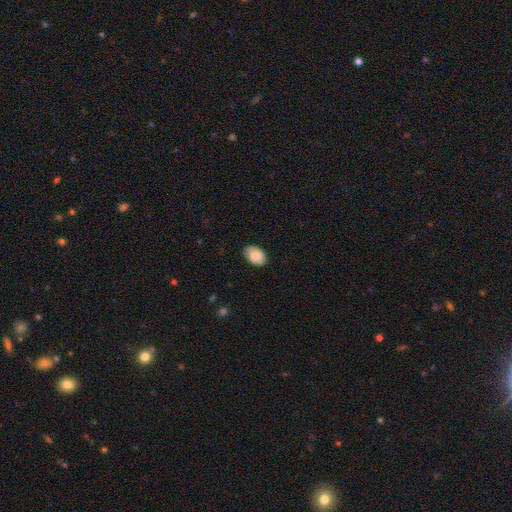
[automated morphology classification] The model was most divided on "merging": none: 80%, minor disturbance: 16%, major disturbance: 3%, merger: 1%. More confident: how rounded — in between (88%); smooth or featured — smooth (79%).